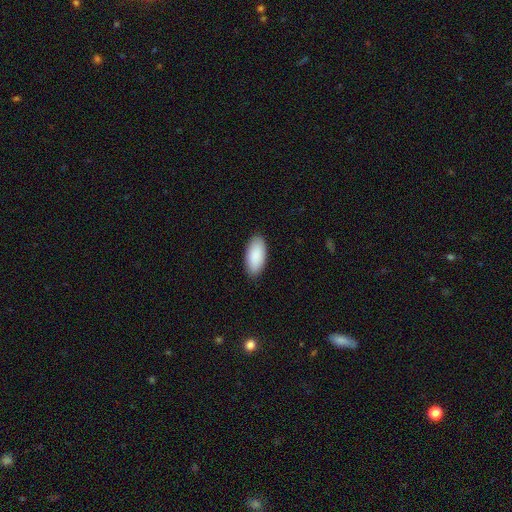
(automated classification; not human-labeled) Overall: smooth (90%). How rounded: in between (93%). Merging: none (89%).